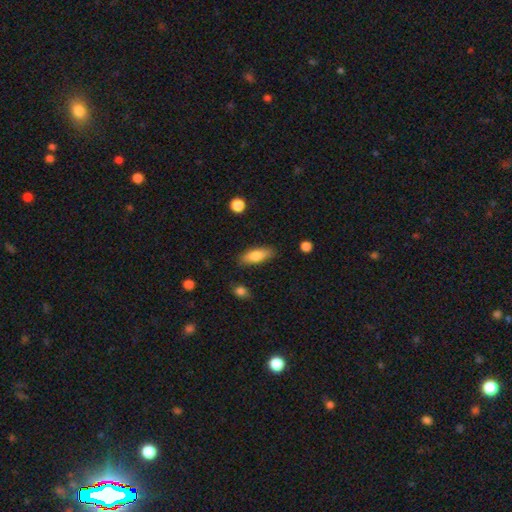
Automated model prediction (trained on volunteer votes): The model was most divided on "how rounded": in between: 66%, cigar-shaped: 32%, round: 3%. More confident: merging — none (83%); smooth or featured — smooth (77%).